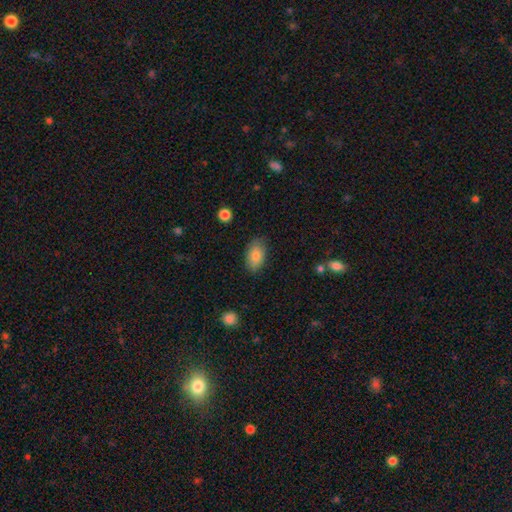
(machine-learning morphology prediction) This appears to be a smooth galaxy with no disk features (85%) that is in between round and cigar-shaped (93%). Merging: none (82%).